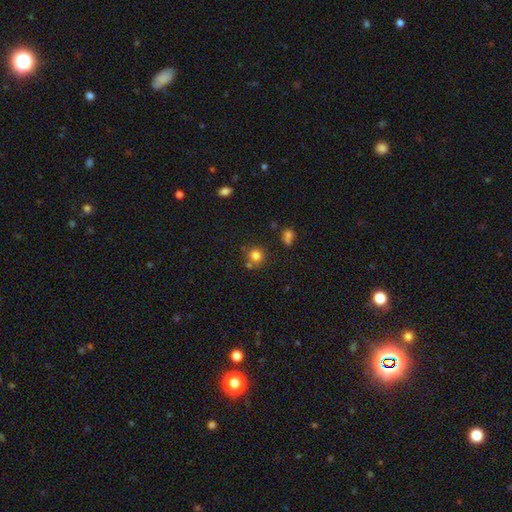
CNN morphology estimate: A smooth galaxy with no disk features (79%) that is round (89%). Merging: none (66%).